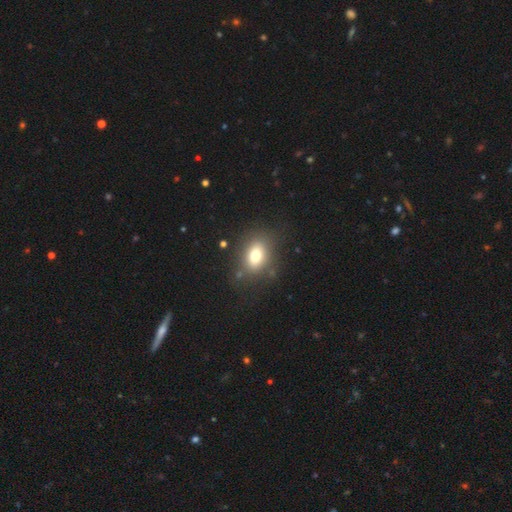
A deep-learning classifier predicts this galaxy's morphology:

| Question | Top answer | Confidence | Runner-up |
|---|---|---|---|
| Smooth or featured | smooth | 74% | featured or disk (15%) |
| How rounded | in between | 69% | round (29%) |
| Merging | none | 78% | minor disturbance (13%) |